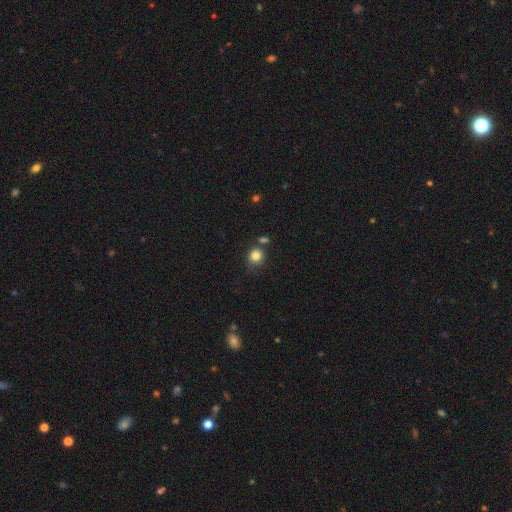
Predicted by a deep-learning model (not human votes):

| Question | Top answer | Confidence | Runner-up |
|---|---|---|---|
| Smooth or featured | smooth | 83% | star or artifact (11%) |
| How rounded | round | 85% | in between (14%) |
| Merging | none | 71% | minor disturbance (14%) |